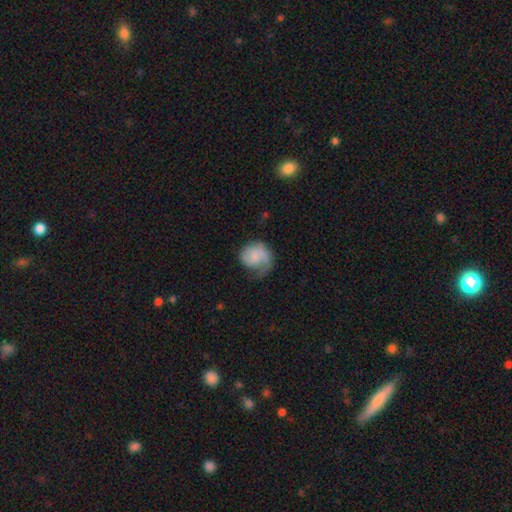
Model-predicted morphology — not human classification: Smooth or featured?
  - smooth: 51% *
  - featured or disk: 42%
  - star or artifact: 7%
How rounded?
  - round: 71% *
  - in between: 28%
  - cigar-shaped: 1%
Merging?
  - none: 38% *
  - major disturbance: 31%
  - minor disturbance: 29%
  - merger: 2%